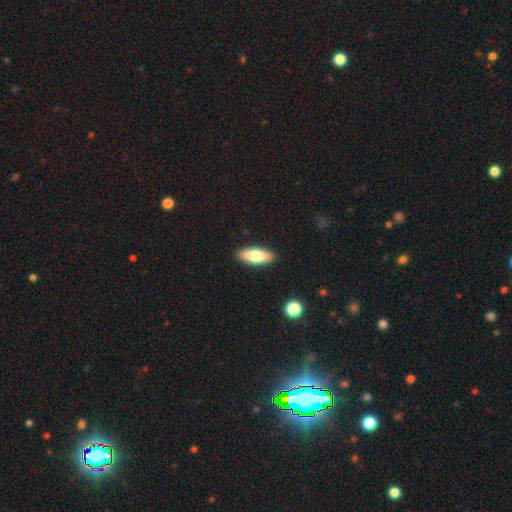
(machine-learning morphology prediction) A smooth galaxy with no disk features (73%) that is in between round and cigar-shaped (76%). Merging: none (90%).